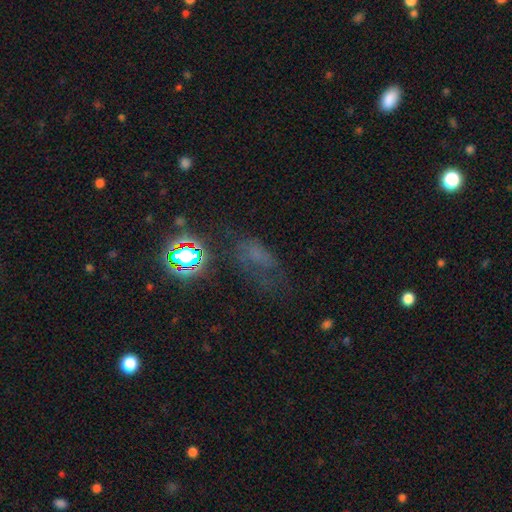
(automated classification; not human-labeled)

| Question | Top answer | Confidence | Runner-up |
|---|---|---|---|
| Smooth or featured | smooth | 40% | star or artifact (36%) |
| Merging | none | 44% | major disturbance (27%) |